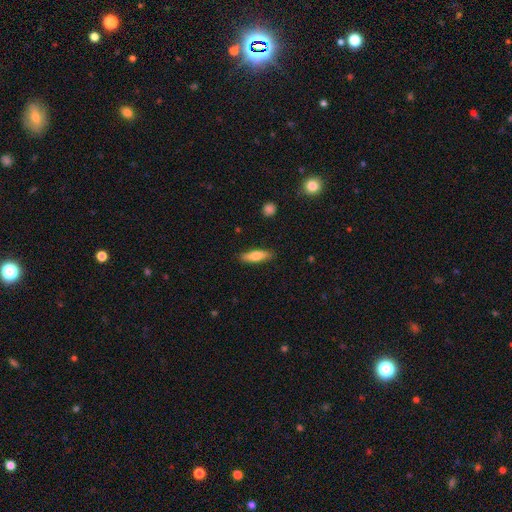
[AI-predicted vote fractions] Morphology: type=smooth (72%); roundness=cigar-shaped (61%); merging=none (87%).